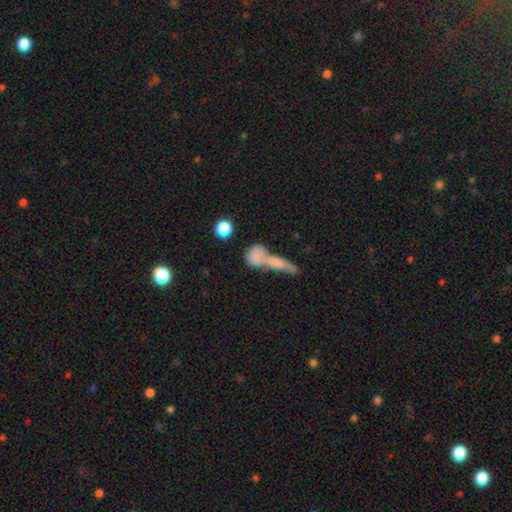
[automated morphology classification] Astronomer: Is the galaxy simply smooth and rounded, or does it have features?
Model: smooth — 73%.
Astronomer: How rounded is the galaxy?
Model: round — 46% (runner-up: in between, 34%).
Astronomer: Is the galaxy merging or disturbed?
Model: merger — 53% (runner-up: none, 31%).